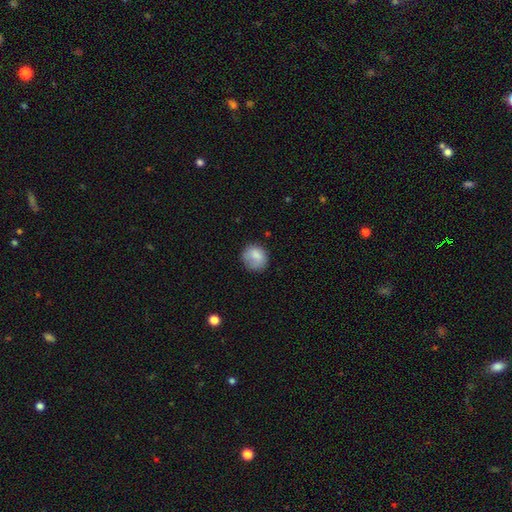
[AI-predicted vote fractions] Smooth or featured: smooth — 81% (featured or disk — 11%)
How rounded: round — 79% (in between — 20%)
Merging: none — 67% (minor disturbance — 22%)